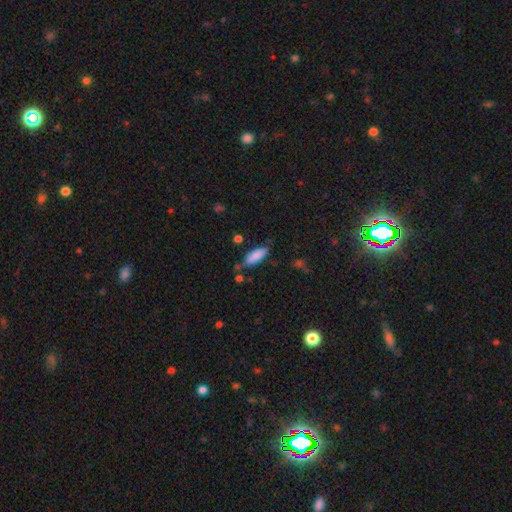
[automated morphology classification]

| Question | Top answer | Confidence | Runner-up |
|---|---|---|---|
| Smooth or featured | smooth | 85% | featured or disk (8%) |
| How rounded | in between | 70% | cigar-shaped (28%) |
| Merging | none | 71% | minor disturbance (19%) |